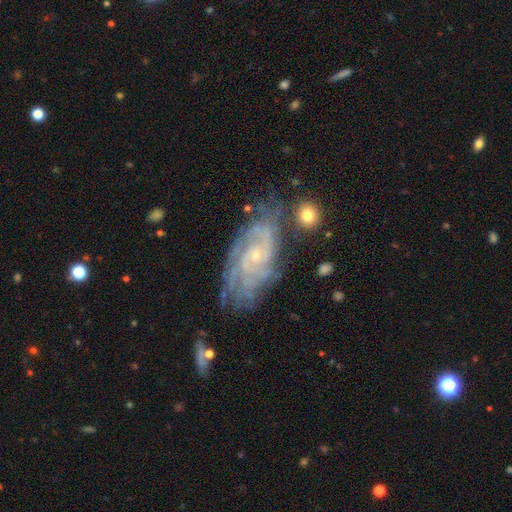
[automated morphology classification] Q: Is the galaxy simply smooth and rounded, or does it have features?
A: featured or disk — 87%.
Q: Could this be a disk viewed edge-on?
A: no — 95%.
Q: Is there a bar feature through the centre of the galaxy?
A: no — 69%.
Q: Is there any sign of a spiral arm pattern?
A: yes — 97%.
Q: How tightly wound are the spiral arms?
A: tight — 69%.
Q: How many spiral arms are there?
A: can't tell — 29%.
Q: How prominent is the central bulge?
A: small — 82%.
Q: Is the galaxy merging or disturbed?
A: none — 67%.